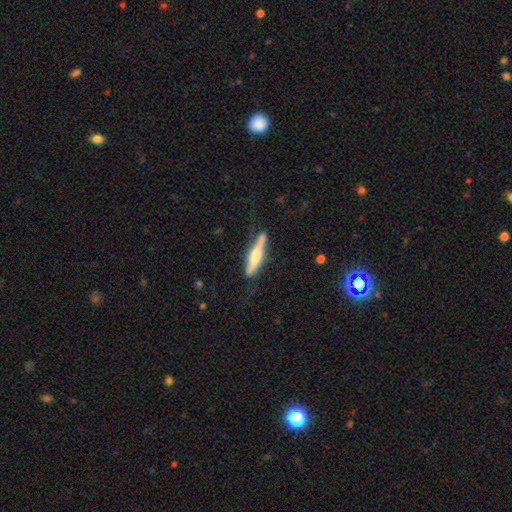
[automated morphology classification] Overall: featured or disk (50%; smooth 45%). Merging: none (69%).